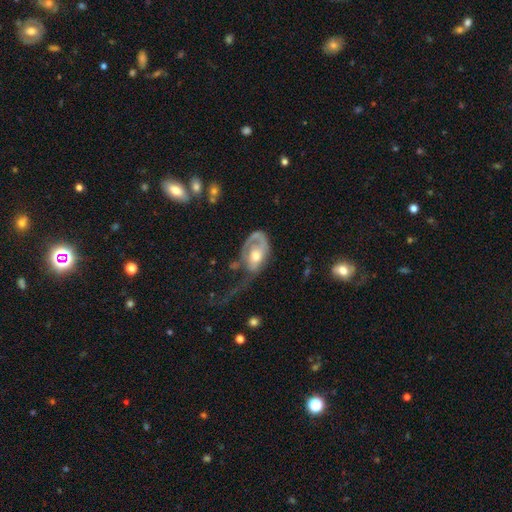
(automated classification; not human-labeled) Q: Smooth or featured?
A: featured or disk (65%); runner-up: smooth (29%)
Q: Edge-on disk?
A: no (95%); runner-up: yes (5%)
Q: Bar?
A: no (76%); runner-up: weak (19%)
Q: Spiral arms?
A: yes (64%); runner-up: no (36%)
Q: Bulge size?
A: moderate (65%); runner-up: small (19%)
Q: Merging?
A: major disturbance (54%); runner-up: none (22%)